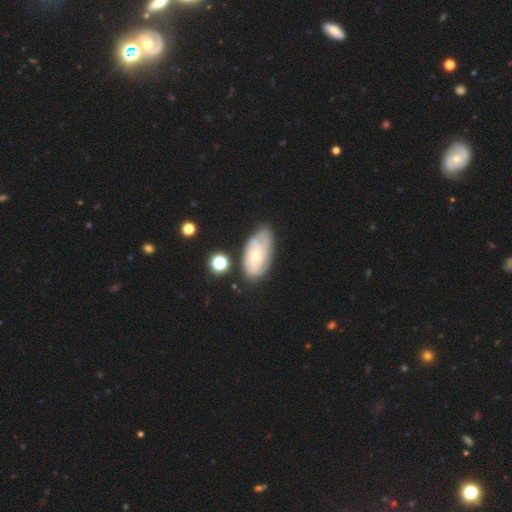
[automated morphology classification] Smooth or featured: featured or disk — 65% (smooth — 28%)
Edge-on disk: no — 94% (yes — 6%)
Bar: no — 75% (weak — 21%)
Spiral arms: yes — 81% (no — 19%)
Bulge size: small — 62% (moderate — 33%)
Merging: none — 63% (minor disturbance — 24%)